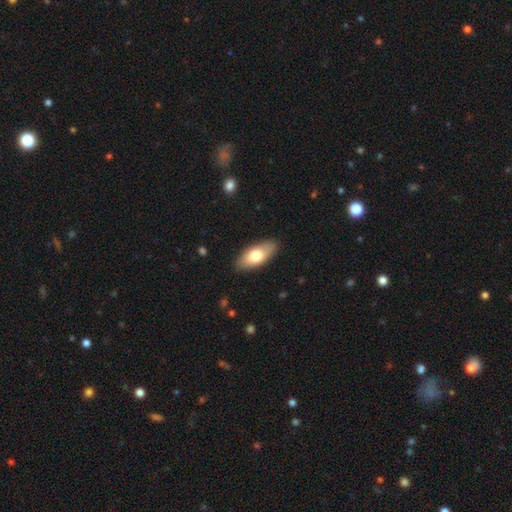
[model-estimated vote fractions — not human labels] This appears to be a smooth galaxy with no disk features (72%) that is in between round and cigar-shaped (83%). Merging: none (88%).